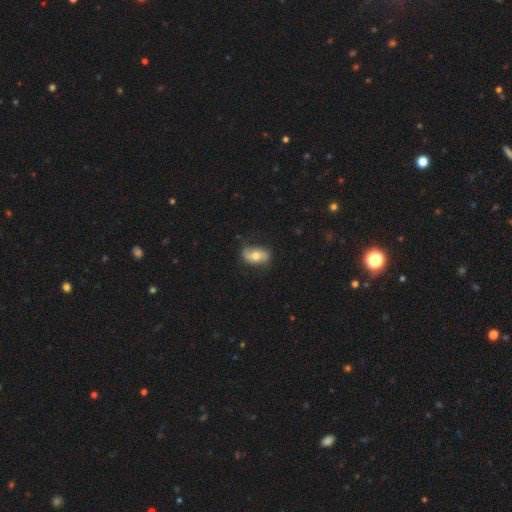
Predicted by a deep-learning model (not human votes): smooth-or-featured: featured or disk: 47% | smooth: 45% | star or artifact: 7%
  merging: none: 70% | minor disturbance: 22% | major disturbance: 6% | merger: 2%